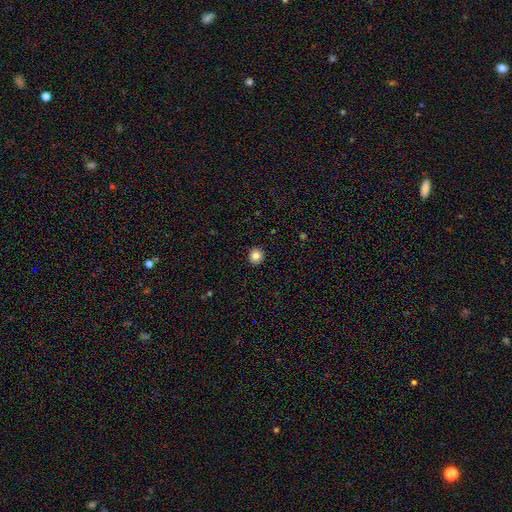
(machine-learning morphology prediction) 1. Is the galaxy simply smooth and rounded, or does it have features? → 84% smooth, 10% star or artifact, 5% featured or disk.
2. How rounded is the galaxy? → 91% round, 8% in between, 1% cigar-shaped.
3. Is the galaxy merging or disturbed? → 92% none, 5% minor disturbance, 2% major disturbance, 1% merger.